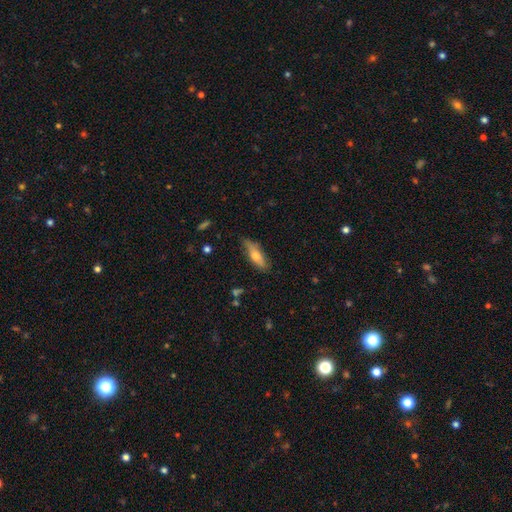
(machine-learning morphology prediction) Smooth or featured?
  - smooth: 61% *
  - featured or disk: 32%
  - star or artifact: 7%
How rounded?
  - in between: 51% *
  - cigar-shaped: 46%
  - round: 3%
Merging?
  - none: 74% *
  - minor disturbance: 20%
  - major disturbance: 4%
  - merger: 2%